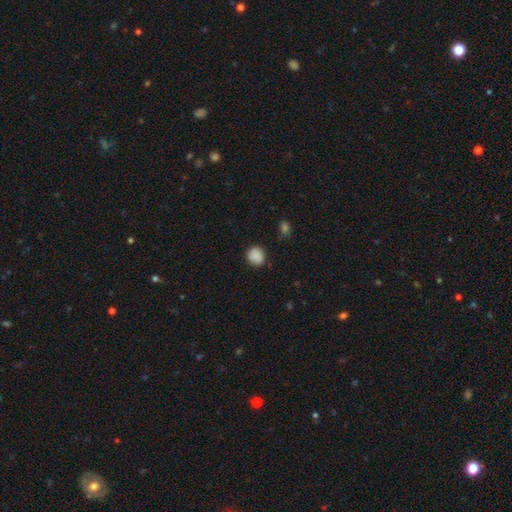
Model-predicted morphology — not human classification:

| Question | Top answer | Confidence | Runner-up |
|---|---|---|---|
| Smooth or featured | smooth | 87% | star or artifact (9%) |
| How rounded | round | 85% | in between (14%) |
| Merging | none | 80% | minor disturbance (15%) |